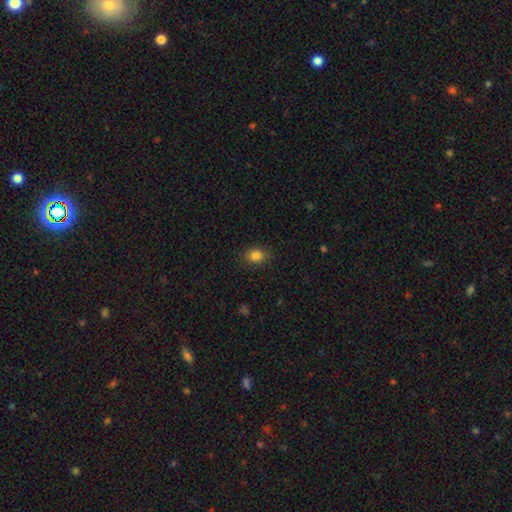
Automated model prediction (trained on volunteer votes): This is clearly a smooth galaxy (83%). How rounded: possibly in between (50%). Merging: clearly none (87%).